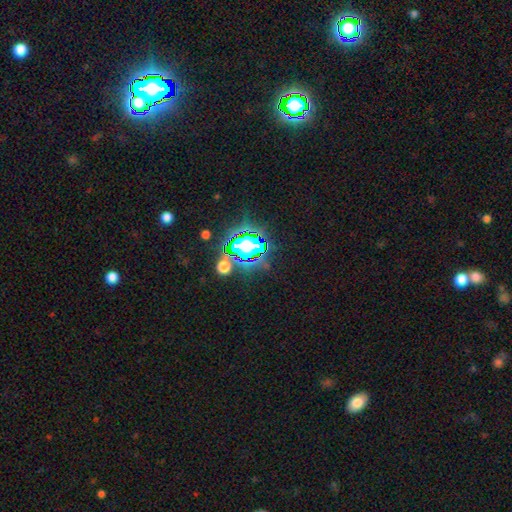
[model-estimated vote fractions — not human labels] Q: Smooth or featured?
A: star or artifact (81%); runner-up: smooth (12%)